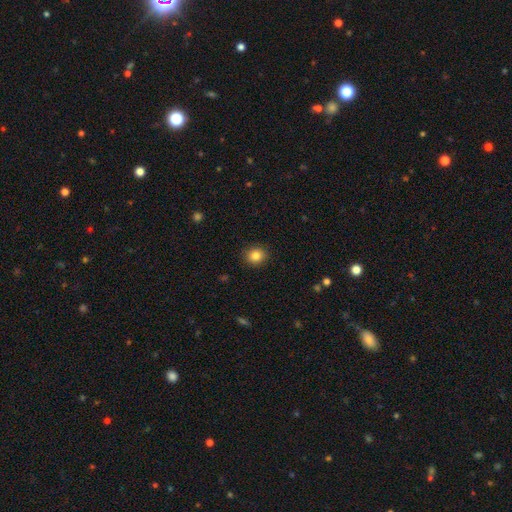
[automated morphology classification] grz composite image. It shows a smooth galaxy with no disk features (84%) that is round (80%). Merging: none (90%).